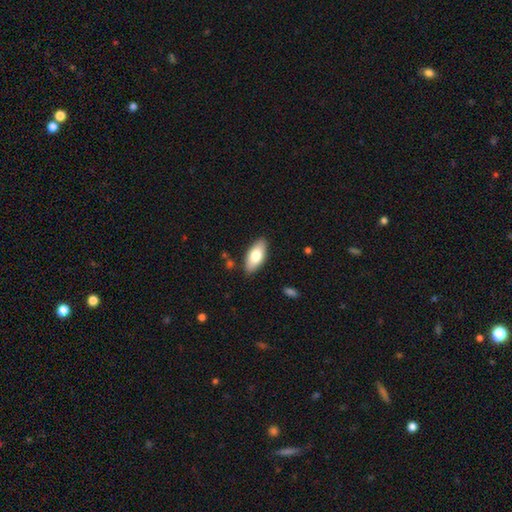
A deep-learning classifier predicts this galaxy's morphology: A smooth galaxy with no disk features (76%) that is in between round and cigar-shaped (89%). Merging: none (86%).